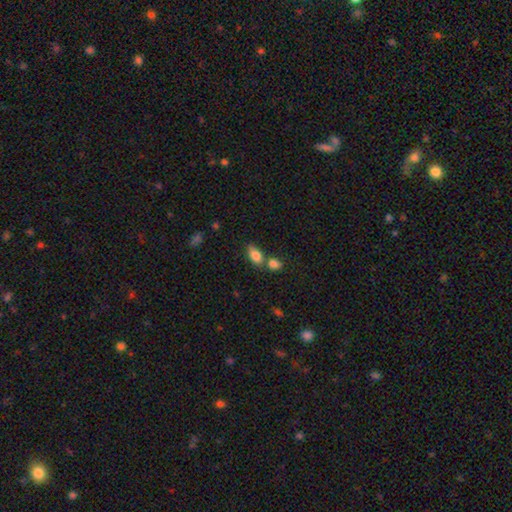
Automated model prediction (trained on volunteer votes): This is clearly a smooth galaxy (83%). How rounded: clearly in between (89%). Merging: possibly none (46%).